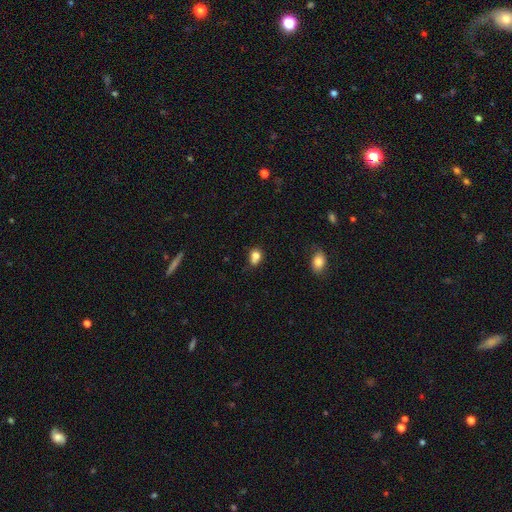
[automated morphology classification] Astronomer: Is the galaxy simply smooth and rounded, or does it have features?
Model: smooth — 78%.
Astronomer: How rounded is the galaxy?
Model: round — 53% (runner-up: in between, 46%).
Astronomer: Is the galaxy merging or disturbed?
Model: none — 43% (runner-up: merger, 25%).